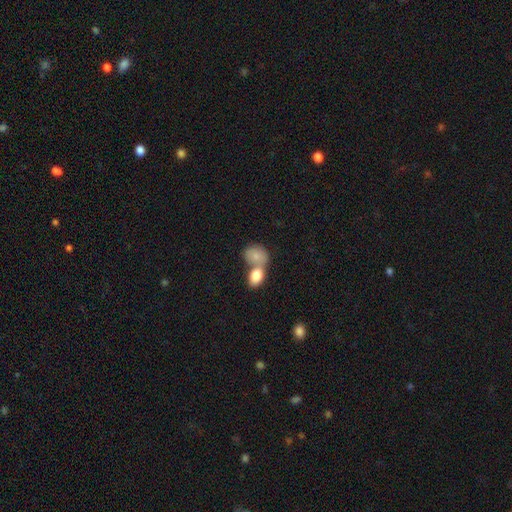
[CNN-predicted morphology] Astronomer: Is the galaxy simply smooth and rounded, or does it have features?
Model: smooth — 82%.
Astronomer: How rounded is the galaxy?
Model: in between — 61% (runner-up: round, 37%).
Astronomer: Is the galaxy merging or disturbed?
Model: merger — 62%.